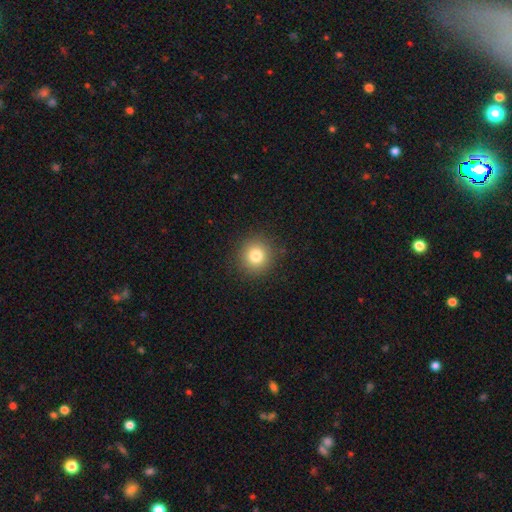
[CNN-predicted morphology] A smooth galaxy with no disk features (80%) that is round (93%). Merging: none (91%).